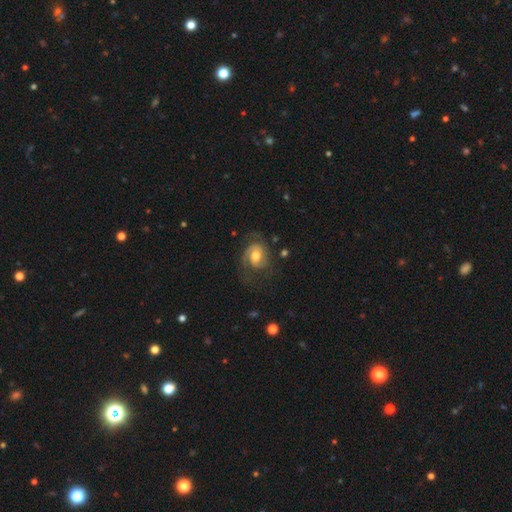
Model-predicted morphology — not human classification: Smooth or featured?
  - featured or disk: 71% *
  - smooth: 22%
  - star or artifact: 6%
Edge-on disk?
  - no: 97% *
  - yes: 3%
Bar?
  - no: 59% *
  - weak: 33%
  - strong: 7%
Spiral arms?
  - yes: 91% *
  - no: 9%
Spiral winding?
  - medium: 43% *
  - tight: 38%
  - loose: 19%
Spiral arm count?
  - 2: 60% *
  - 1: 20%
  - can't tell: 12%
  - 3: 5%
  - 4: 2%
  - more than 4: 2%
Bulge size?
  - moderate: 69% *
  - large: 15%
  - small: 13%
  - none: 2%
  - dominant: 1%
Merging?
  - none: 58% *
  - minor disturbance: 21%
  - major disturbance: 20%
  - merger: 2%